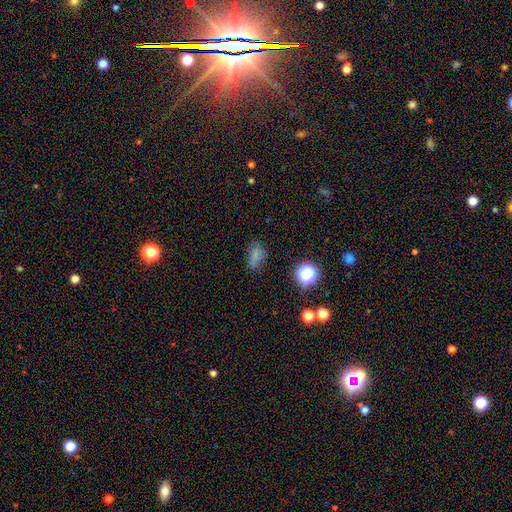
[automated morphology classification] This is likely a smooth galaxy (64%). How rounded: likely in between (78%). Merging: possibly none (55%).